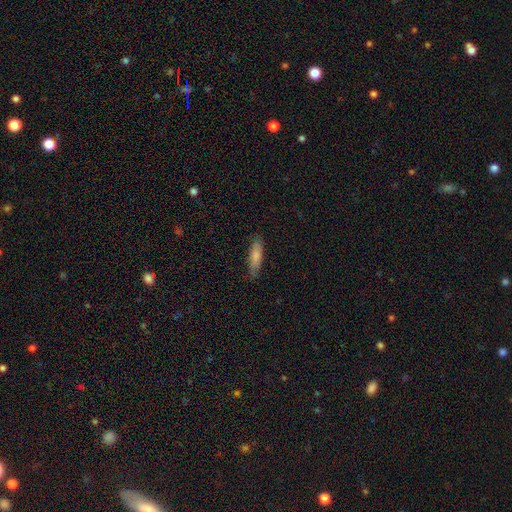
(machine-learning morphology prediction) A smooth galaxy with no disk features (80%) that is cigar-shaped (59%).

Vote fractions:
- Smooth or featured? smooth: 80% / featured or disk: 14% / star or artifact: 6%
- How rounded? cigar-shaped: 59% / in between: 40% / round: 2%
- Merging? none: 82% / minor disturbance: 14% / major disturbance: 3% / merger: 1%